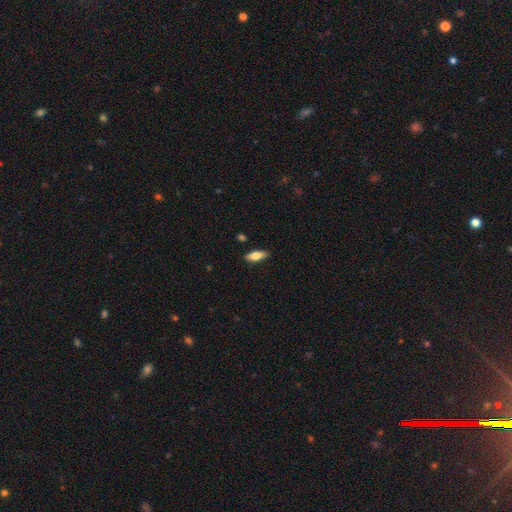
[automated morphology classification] Smooth or featured? Predicted: smooth (p=0.72). How rounded? Predicted: in between (p=0.71). Merging? Predicted: none (p=0.86).